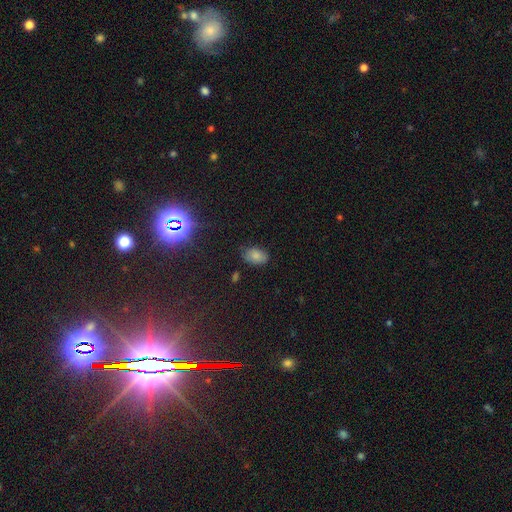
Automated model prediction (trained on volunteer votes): smooth_or_featured: smooth (p=0.77) [alt: star or artifact p=0.14]
how_rounded: in between (p=0.87) [alt: round p=0.12]
merging: none (p=0.72) [alt: minor disturbance p=0.21]